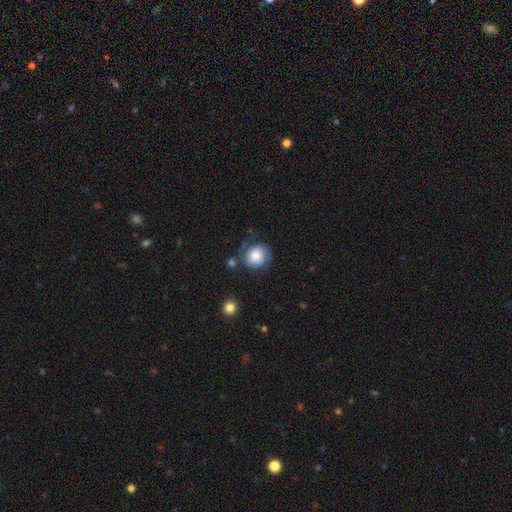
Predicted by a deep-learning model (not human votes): Smooth or featured? smooth (67%)
How rounded? round (81%)
Merging? none (63%)